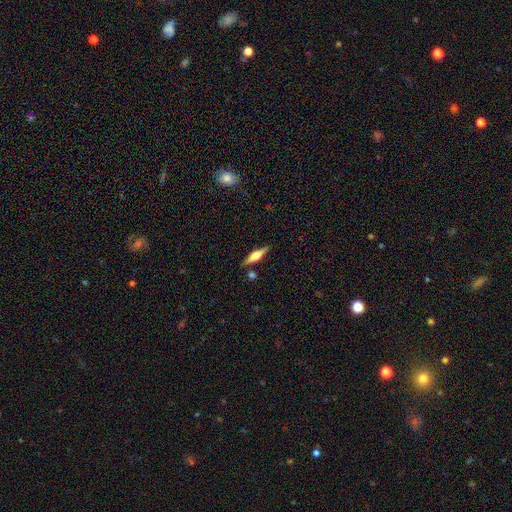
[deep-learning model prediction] smooth-or-featured: featured or disk: 66% | smooth: 28% | star or artifact: 6%
  disk-edge-on: yes: 97% | no: 3%
    edge-on-bulge: rounded: 90% | boxy: 7% | none: 2%
  merging: none: 87% | minor disturbance: 8% | merger: 3% | major disturbance: 2%